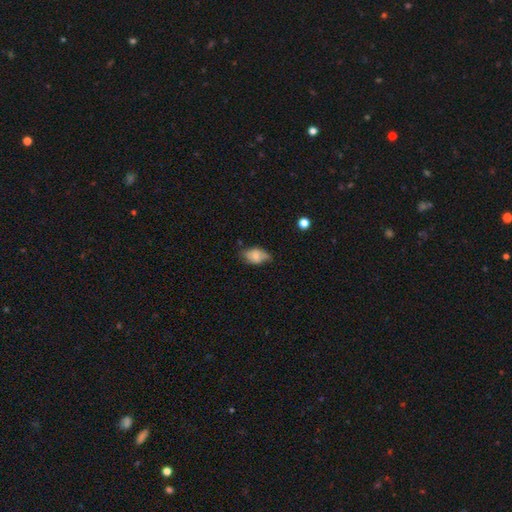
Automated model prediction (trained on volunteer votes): Smooth or featured? smooth (70%)
How rounded? in between (90%)
Merging? none (57%)